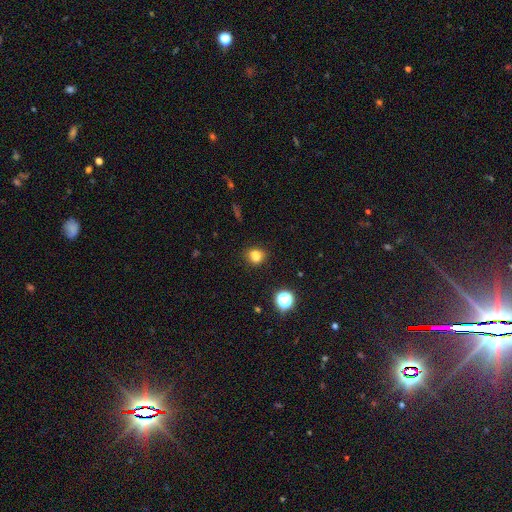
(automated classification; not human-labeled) The model was most divided on "how rounded": round: 62%, in between: 36%, cigar-shaped: 1%. More confident: smooth or featured — smooth (76%); merging — none (66%).